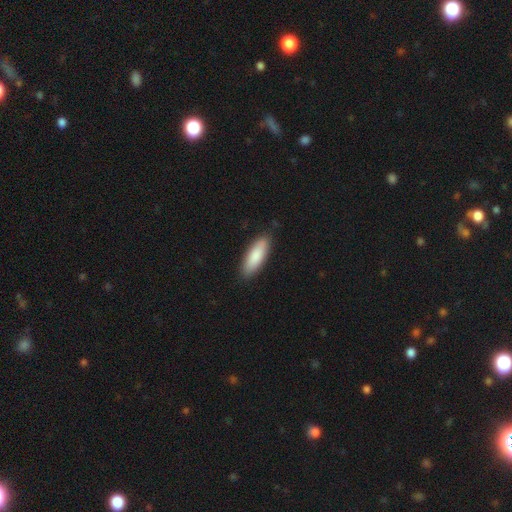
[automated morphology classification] A smooth galaxy with no disk features (86%) that is in between round and cigar-shaped (60%).

Vote fractions:
- Smooth or featured? smooth: 86% / featured or disk: 9% / star or artifact: 5%
- How rounded? in between: 60% / cigar-shaped: 39% / round: 2%
- Merging? none: 87% / minor disturbance: 10% / major disturbance: 2% / merger: 1%